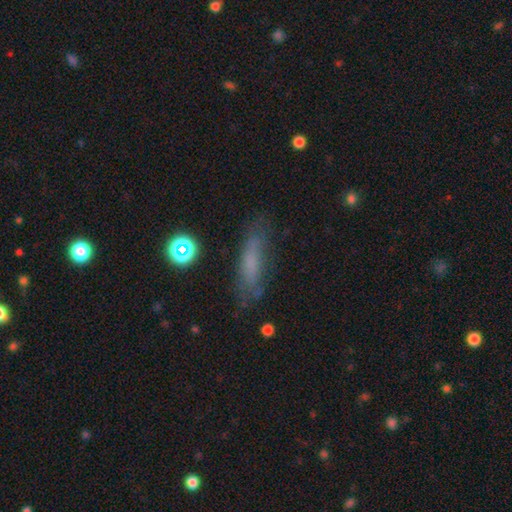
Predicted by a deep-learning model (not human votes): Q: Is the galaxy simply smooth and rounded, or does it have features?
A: smooth — 56%.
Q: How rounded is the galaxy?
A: cigar-shaped — 65%.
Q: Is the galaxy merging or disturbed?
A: none — 71%.